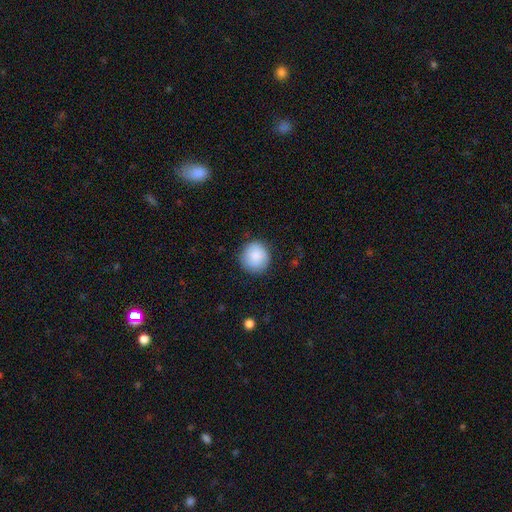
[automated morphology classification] Smooth or featured: smooth — 85% (featured or disk — 9%)
How rounded: round — 92% (in between — 7%)
Merging: none — 85% (minor disturbance — 11%)